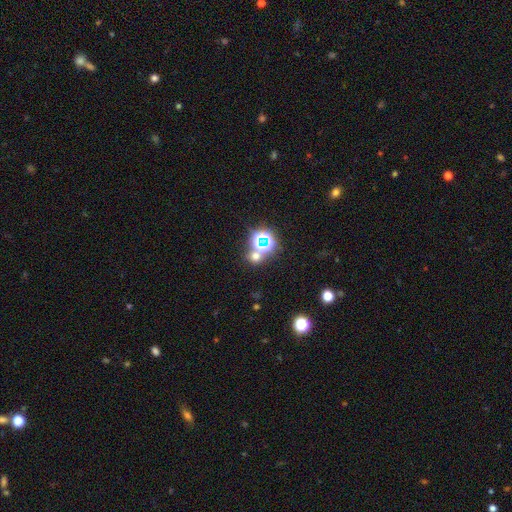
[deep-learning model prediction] Morphology: type=star or artifact (49%).